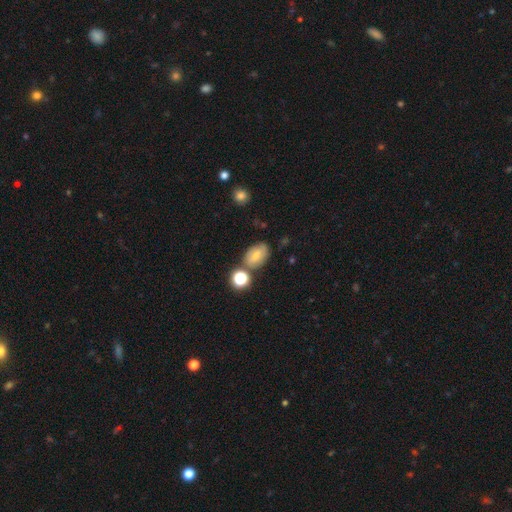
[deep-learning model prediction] Smooth or featured?
  - smooth: 62% *
  - featured or disk: 25%
  - star or artifact: 13%
How rounded?
  - in between: 81% *
  - round: 17%
  - cigar-shaped: 2%
Merging?
  - none: 63% *
  - minor disturbance: 18%
  - merger: 12%
  - major disturbance: 6%